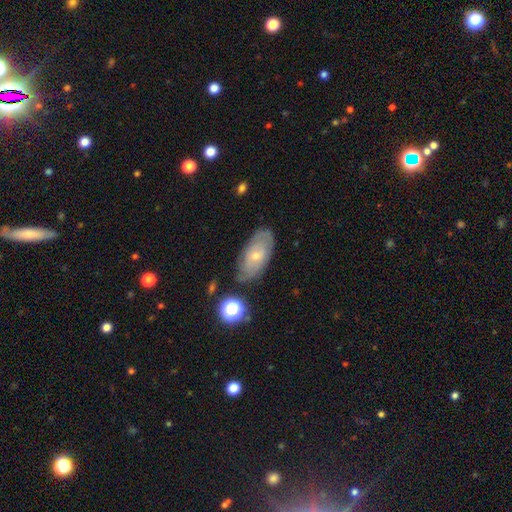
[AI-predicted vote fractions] Smooth or featured? Predicted: featured or disk (p=0.53). Edge-on disk? Predicted: no (p=0.89). Merging? Predicted: none (p=0.72).